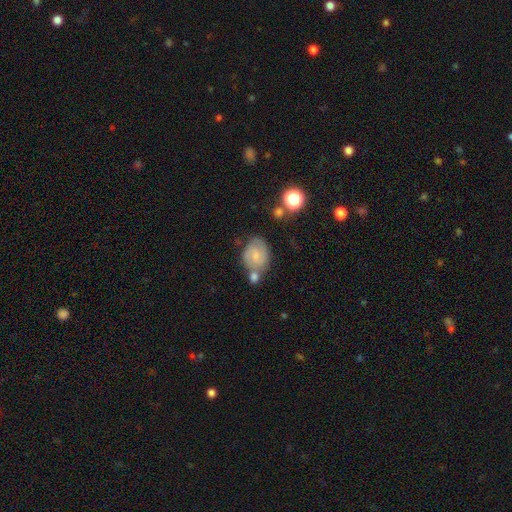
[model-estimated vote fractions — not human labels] Smooth or featured: featured or disk — 52% (smooth — 39%)
Edge-on disk: no — 97% (yes — 3%)
Bar: weak — 47% (no — 44%)
Spiral arms: yes — 85% (no — 15%)
Bulge size: small — 59% (moderate — 26%)
Merging: none — 51% (merger — 25%)